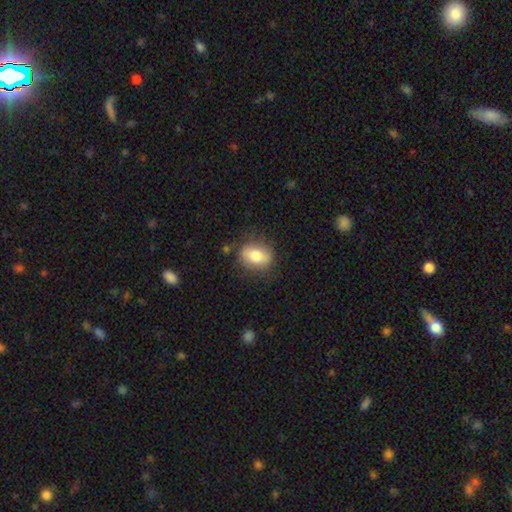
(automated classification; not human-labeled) smooth 73%, featured or disk 19%, star or artifact 8%. Down the decision tree: how rounded — in between (65%); merging — none (78%).